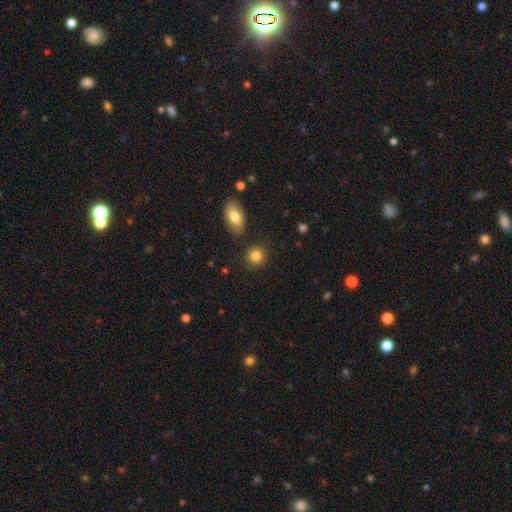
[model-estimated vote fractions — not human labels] smooth 85%, star or artifact 9%, featured or disk 5%. Down the decision tree: how rounded — round (85%); merging — none (87%).